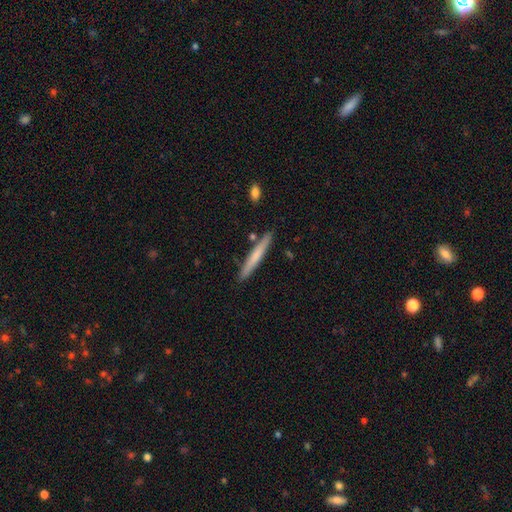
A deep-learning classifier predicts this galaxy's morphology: Smooth or featured: smooth — 61% (featured or disk — 34%)
How rounded: cigar-shaped — 96% (in between — 3%)
Merging: none — 87% (minor disturbance — 8%)